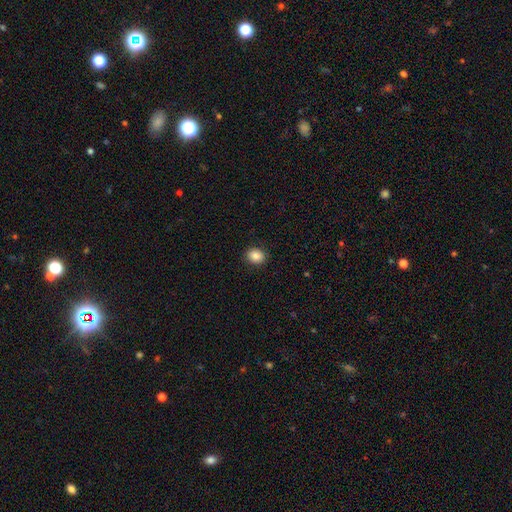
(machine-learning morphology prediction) Overall: smooth (86%). How rounded: round (56%; in between 43%). Merging: none (90%).